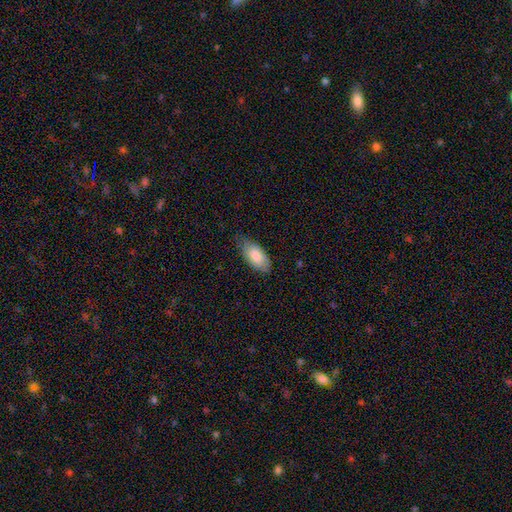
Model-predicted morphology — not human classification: Smooth or featured? Predicted: smooth (p=0.80). How rounded? Predicted: in between (p=0.92). Merging? Predicted: none (p=0.66).